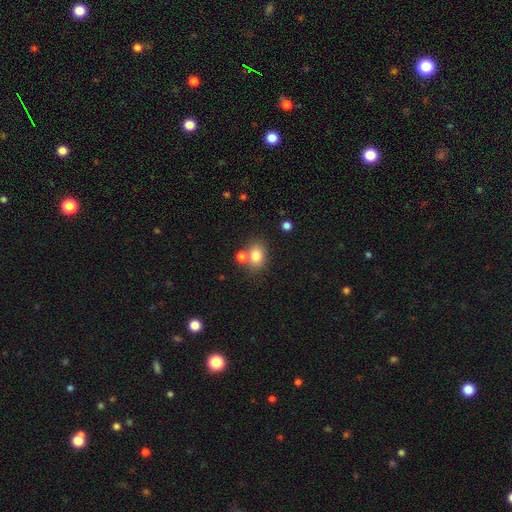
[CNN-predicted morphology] This is likely a smooth galaxy (80%). How rounded: possibly in between (57%). Merging: likely none (62%).